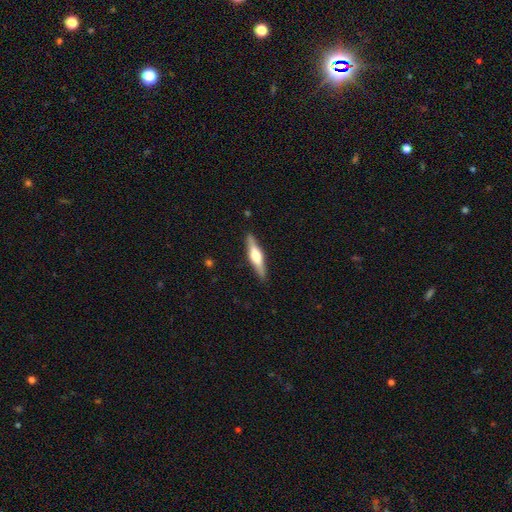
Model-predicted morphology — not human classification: This is likely a featured or disk galaxy (65%). It is clearly viewed edge-on (97%). Edge-on bulge: clearly rounded (85%). Merging: clearly none (90%).